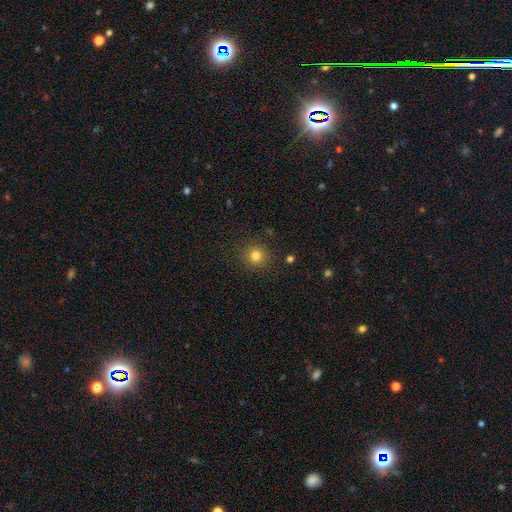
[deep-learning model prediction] A smooth galaxy with no disk features (81%) that is round (93%). Merging: none (90%).